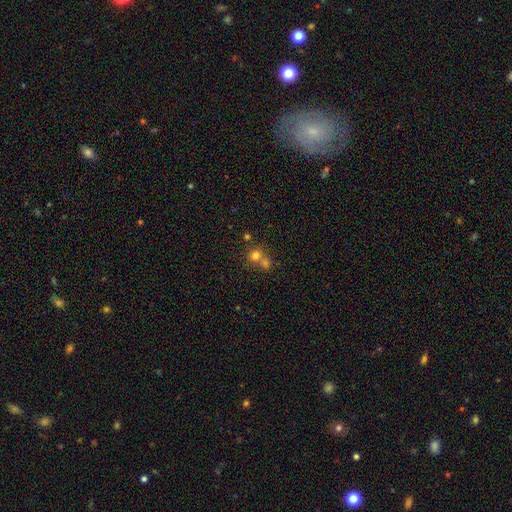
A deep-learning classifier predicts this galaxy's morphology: smooth_or_featured: smooth (p=0.71) [alt: star or artifact p=0.16]
how_rounded: round (p=0.83) [alt: in between p=0.16]
merging: merger (p=0.53) [alt: none p=0.38]